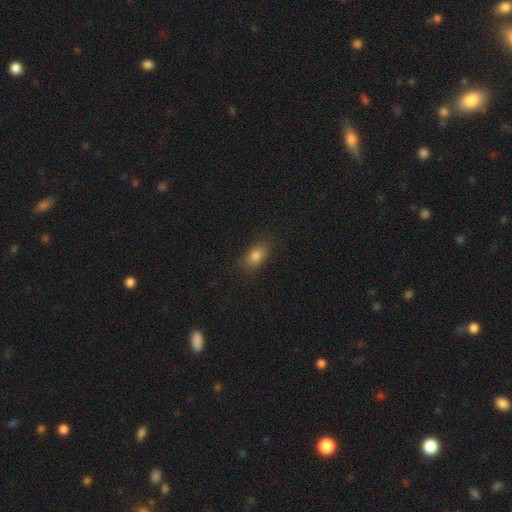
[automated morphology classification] smooth 82%, star or artifact 11%, featured or disk 7%. Down the decision tree: how rounded — in between (83%); merging — none (82%).